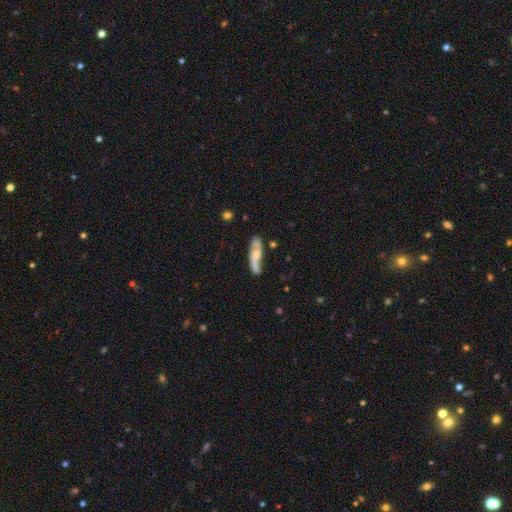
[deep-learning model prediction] Morphology: type=featured or disk (68%); edge-on=no (78%); bar=no (62%); spiral arms=yes (89%); bulge=moderate (52%); merging=none (66%).